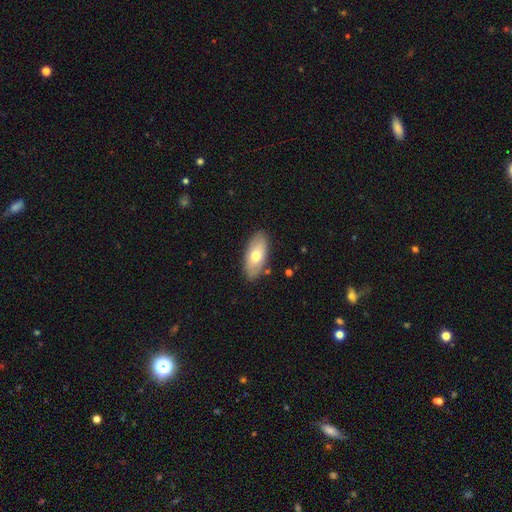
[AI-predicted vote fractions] A smooth galaxy with no disk features (65%) that is in between round and cigar-shaped (90%). Merging: none (85%).